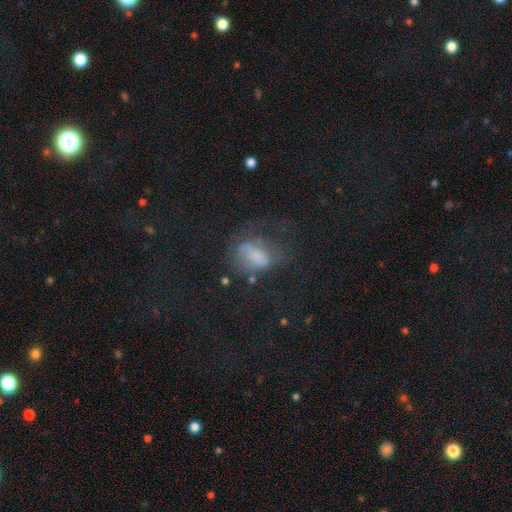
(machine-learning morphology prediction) This is possibly a smooth galaxy (53%). How rounded: likely in between (76%). Merging: marginally major disturbance (39%).